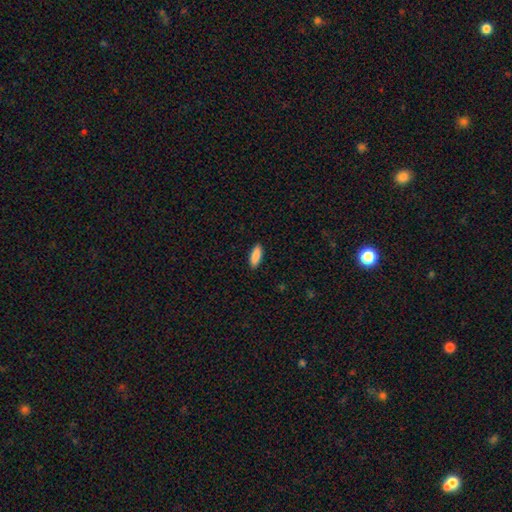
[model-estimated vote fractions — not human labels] This is clearly a smooth galaxy (89%). How rounded: likely in between (67%). Merging: clearly none (90%).